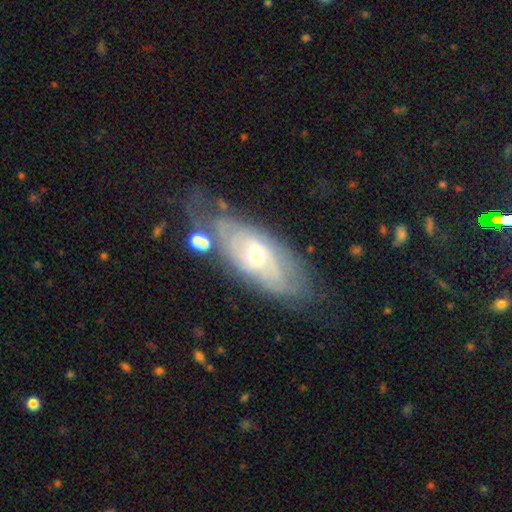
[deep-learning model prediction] Q: Smooth or featured?
A: featured or disk (74%); runner-up: smooth (19%)
Q: Edge-on disk?
A: no (88%); runner-up: yes (12%)
Q: Bar?
A: no (72%); runner-up: weak (22%)
Q: Spiral arms?
A: yes (78%); runner-up: no (22%)
Q: Spiral winding?
A: tight (71%); runner-up: medium (22%)
Q: Spiral arm count?
A: can't tell (63%); runner-up: 2 (19%)
Q: Bulge size?
A: small (52%); runner-up: moderate (44%)
Q: Merging?
A: none (60%); runner-up: minor disturbance (24%)